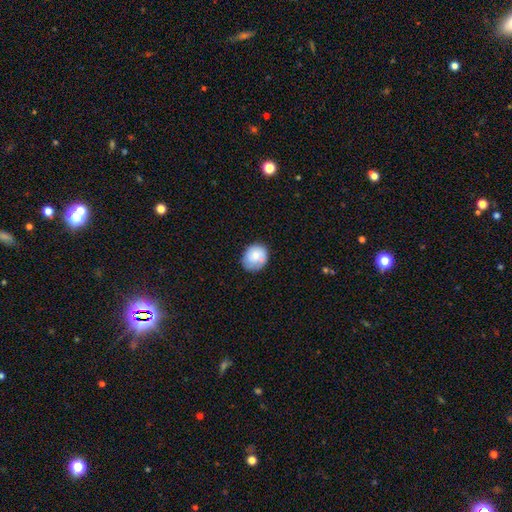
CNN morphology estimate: type=smooth (76%); roundness=round (65%); merging=none (70%).